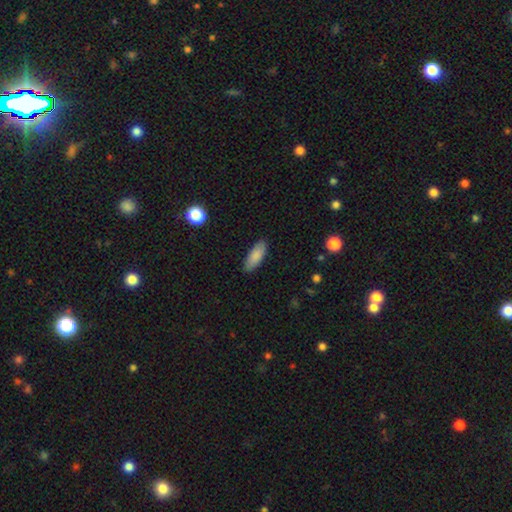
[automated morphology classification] smooth 86%, featured or disk 8%, star or artifact 6%. Down the decision tree: how rounded — in between (74%); merging — none (87%).